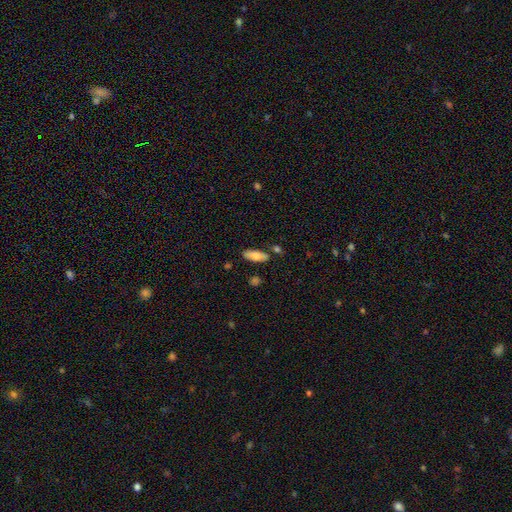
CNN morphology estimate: type=smooth (75%); roundness=in between (70%); merging=none (78%).